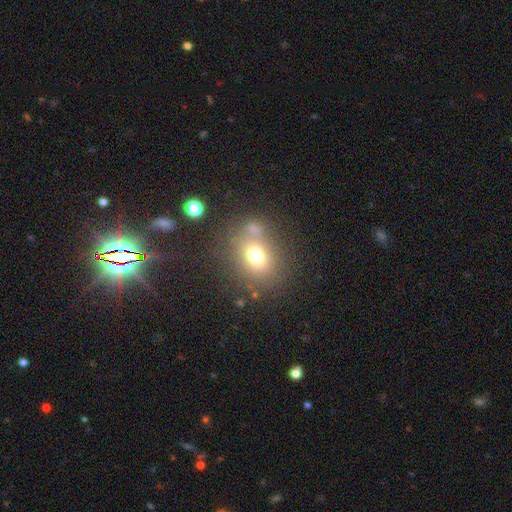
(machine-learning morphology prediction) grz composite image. It shows a smooth galaxy with no disk features (71%) that is round (54%). Merging: none (64%).